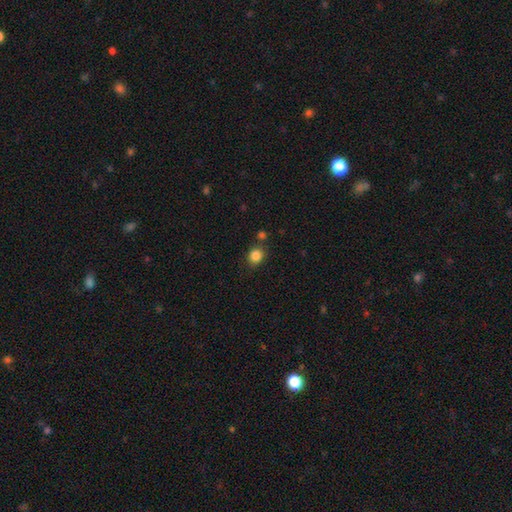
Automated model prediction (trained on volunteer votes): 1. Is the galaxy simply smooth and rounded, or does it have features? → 85% smooth, 11% star or artifact, 4% featured or disk.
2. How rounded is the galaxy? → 73% round, 26% in between, 1% cigar-shaped.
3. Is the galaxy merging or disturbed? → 79% none, 11% minor disturbance, 8% merger, 3% major disturbance.